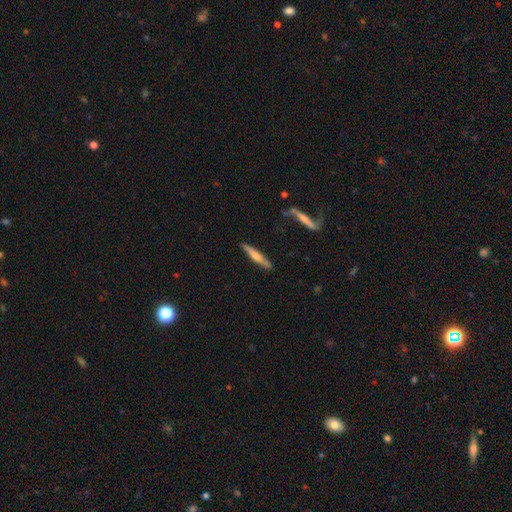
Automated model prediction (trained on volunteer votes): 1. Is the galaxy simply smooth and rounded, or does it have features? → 49% smooth, 45% featured or disk, 6% star or artifact.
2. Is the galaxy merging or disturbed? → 85% none, 11% minor disturbance, 2% merger, 2% major disturbance.